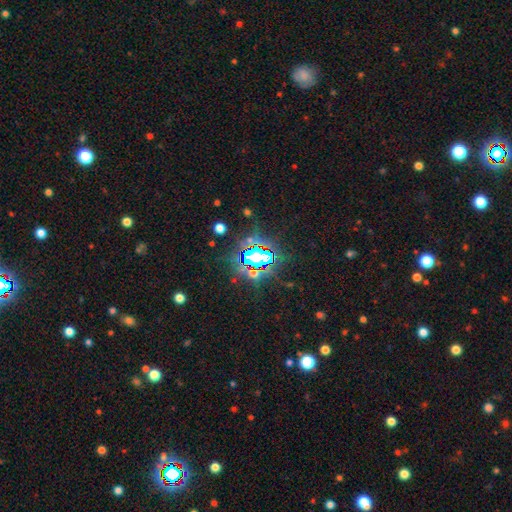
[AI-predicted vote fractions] This appears to be a star or artifact, not a galaxy (76%).